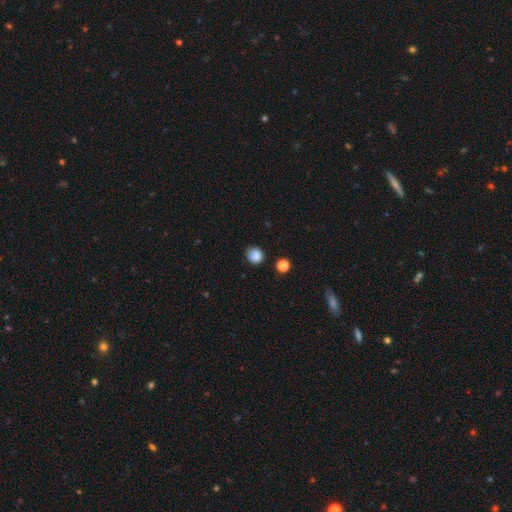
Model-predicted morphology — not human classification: smooth_or_featured: smooth (p=0.85) [alt: star or artifact p=0.11]
how_rounded: round (p=0.80) [alt: in between p=0.19]
merging: none (p=0.76) [alt: minor disturbance p=0.17]